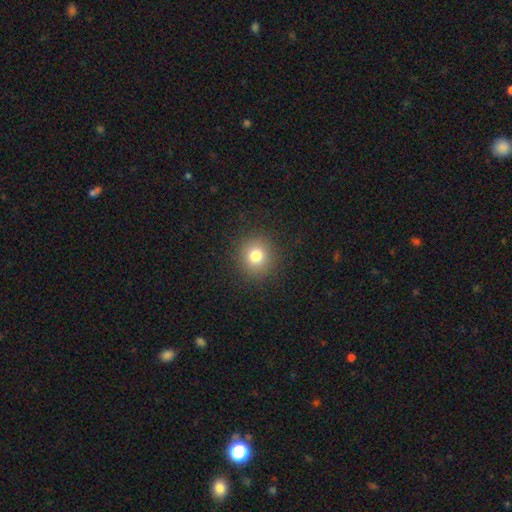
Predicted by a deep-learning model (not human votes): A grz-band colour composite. It shows a smooth galaxy with no disk features (78%) that is round (90%). Merging: none (90%).